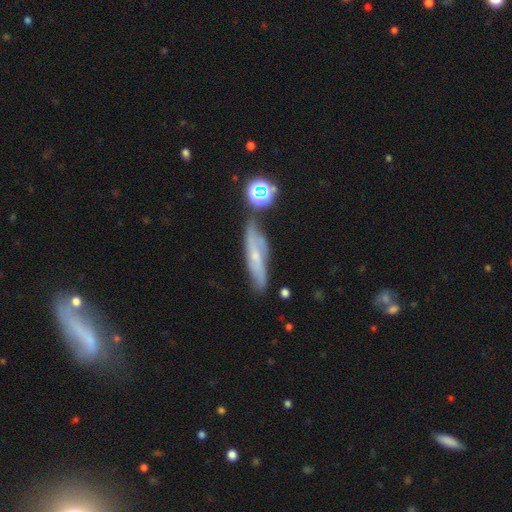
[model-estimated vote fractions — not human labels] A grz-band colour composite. It shows a featured or disk galaxy (60%). Merging: none (64%).